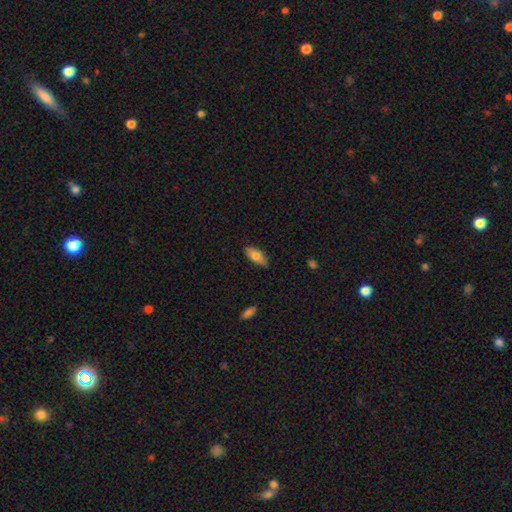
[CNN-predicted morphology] The model was most divided on "how rounded": in between: 80%, cigar-shaped: 18%, round: 2%. More confident: merging — none (84%); smooth or featured — smooth (79%).